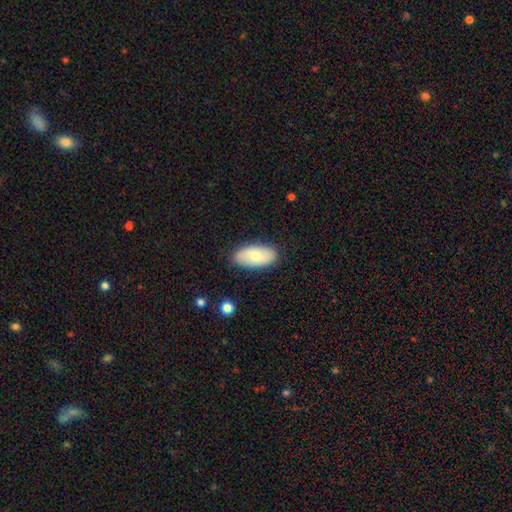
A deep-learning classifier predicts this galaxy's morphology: This appears to be a smooth galaxy with no disk features (68%) that is in between round and cigar-shaped (93%). Merging: none (84%).